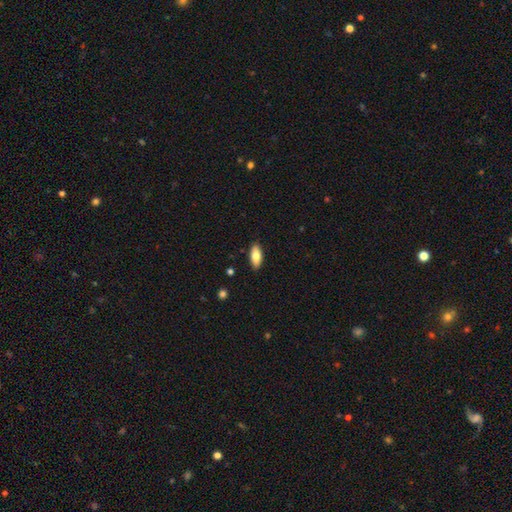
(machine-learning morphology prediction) Smooth or featured? Predicted: smooth (p=0.77). How rounded? Predicted: in between (p=0.82). Merging? Predicted: none (p=0.88).